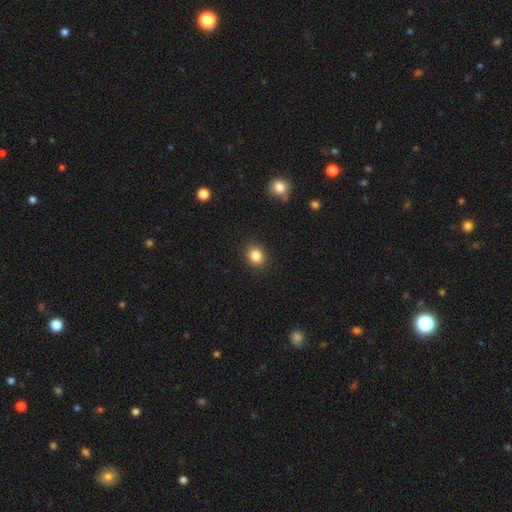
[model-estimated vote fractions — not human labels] A smooth galaxy with no disk features (84%) that is round (64%).

Vote fractions:
- Smooth or featured? smooth: 84% / star or artifact: 10% / featured or disk: 6%
- How rounded? round: 64% / in between: 35% / cigar-shaped: 1%
- Merging? none: 90% / minor disturbance: 7% / major disturbance: 2% / merger: 1%